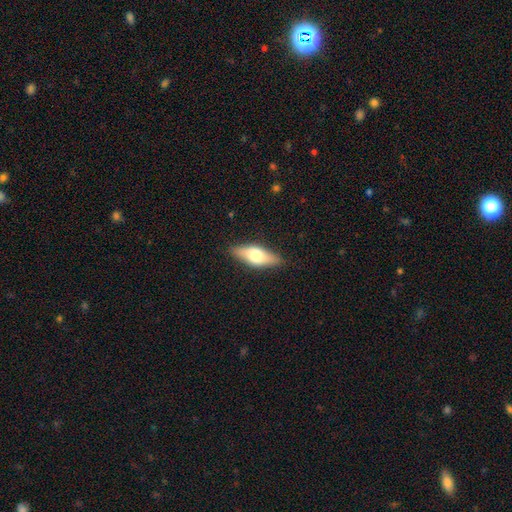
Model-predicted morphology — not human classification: This is likely a smooth galaxy (60%). How rounded: likely in between (68%). Merging: clearly none (85%).